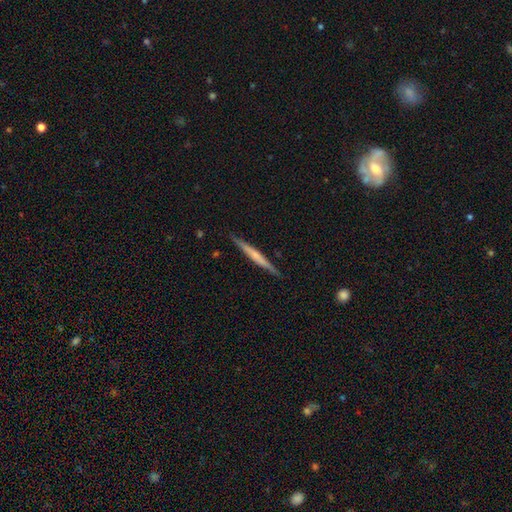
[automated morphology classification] type=featured or disk (55%); edge-on=yes (98%); edge-on bulge=none (60%); merging=none (90%).